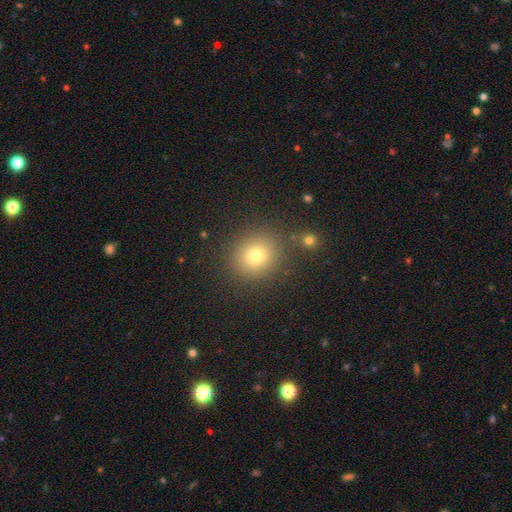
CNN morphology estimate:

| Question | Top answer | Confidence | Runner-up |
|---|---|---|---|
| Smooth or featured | smooth | 72% | star or artifact (18%) |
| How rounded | round | 81% | in between (18%) |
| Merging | none | 86% | minor disturbance (8%) |